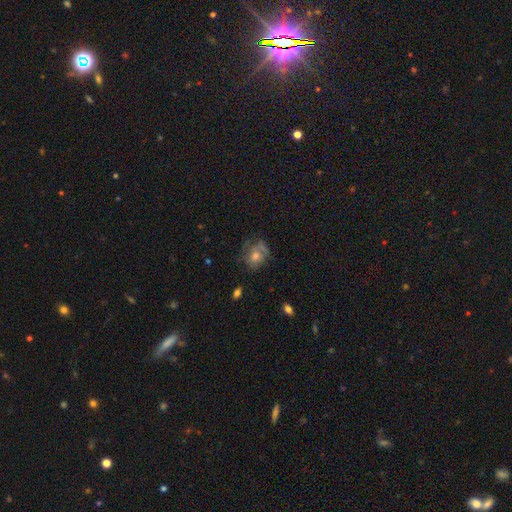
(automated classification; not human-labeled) The model was most divided on "smooth or featured": featured or disk: 52%, smooth: 33%, star or artifact: 15%. More confident: edge-on disk — no (96%); merging — none (59%).